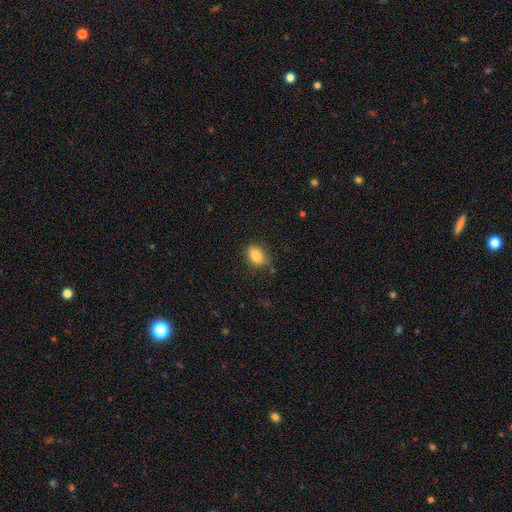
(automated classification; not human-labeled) smooth_or_featured: smooth (p=0.86) [alt: star or artifact p=0.08]
how_rounded: in between (p=0.79) [alt: round p=0.20]
merging: none (p=0.78) [alt: minor disturbance p=0.16]